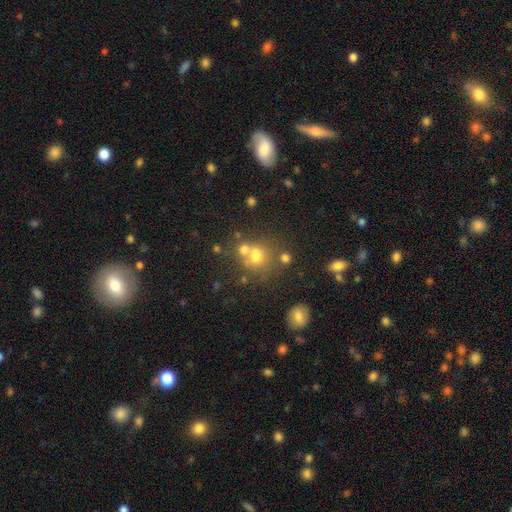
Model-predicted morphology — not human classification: The model was most divided on "merging": none: 45%, merger: 39%, minor disturbance: 10%, major disturbance: 6%. More confident: how rounded — round (76%); smooth or featured — smooth (64%).